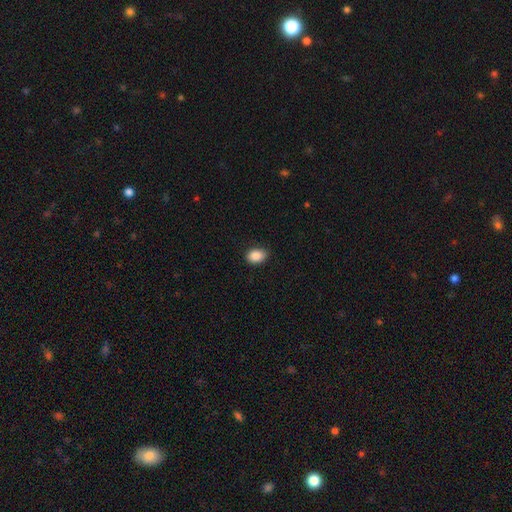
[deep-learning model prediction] Smooth or featured: smooth — 88% (star or artifact — 8%)
How rounded: in between — 78% (round — 21%)
Merging: none — 83% (minor disturbance — 14%)